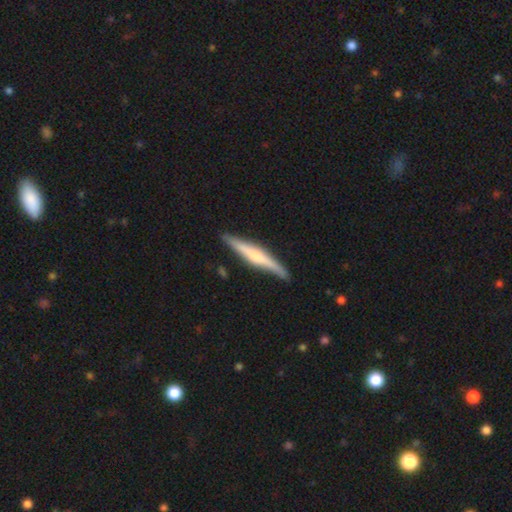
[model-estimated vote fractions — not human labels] This is likely a featured or disk galaxy (63%). It is clearly viewed edge-on (97%). Edge-on bulge: likely rounded (62%). Merging: clearly none (87%).